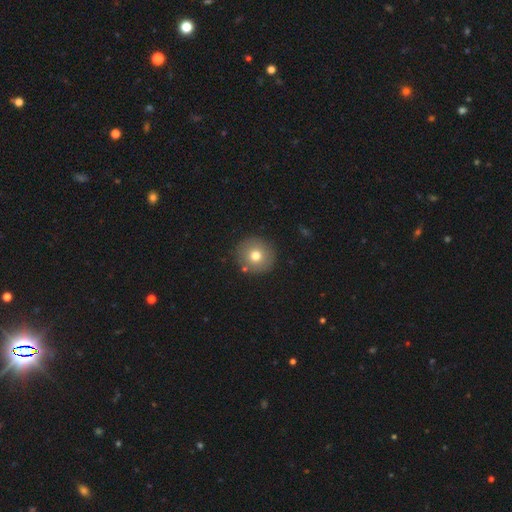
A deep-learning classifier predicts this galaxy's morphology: Overall: smooth (73%). How rounded: round (94%). Merging: none (88%).